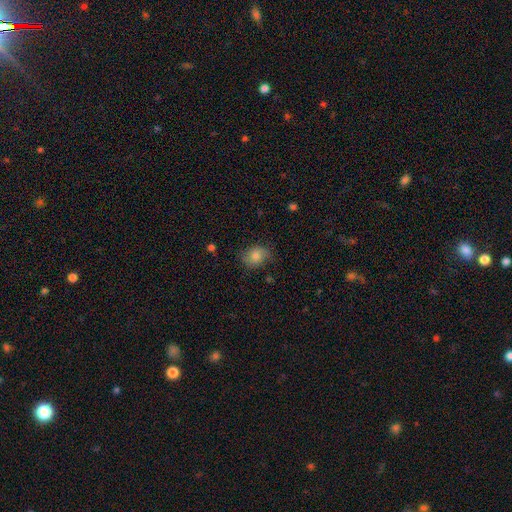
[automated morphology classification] This is likely a smooth galaxy (70%). How rounded: possibly round (51%). Merging: likely none (71%).